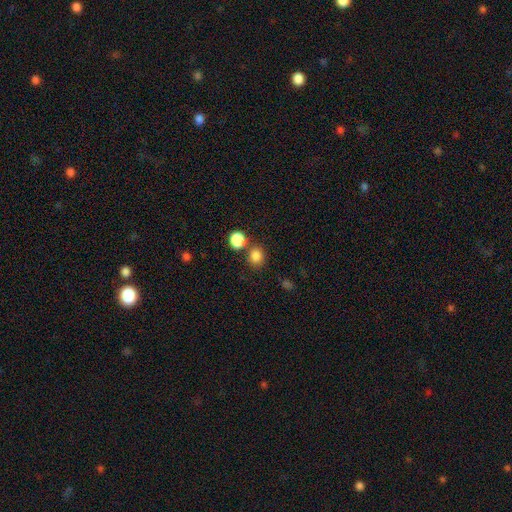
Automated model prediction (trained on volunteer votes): A smooth galaxy with no disk features (82%) that is round (76%). Merging: none (71%).